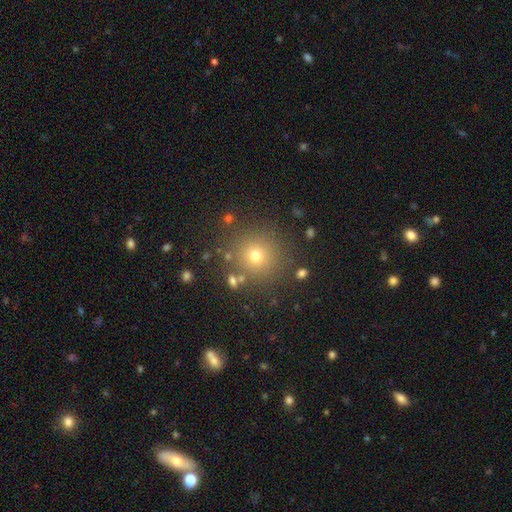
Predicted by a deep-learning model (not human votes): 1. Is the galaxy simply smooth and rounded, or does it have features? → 70% smooth, 20% star or artifact, 10% featured or disk.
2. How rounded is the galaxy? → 93% round, 6% in between, 1% cigar-shaped.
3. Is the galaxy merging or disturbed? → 85% none, 8% minor disturbance, 4% merger, 4% major disturbance.